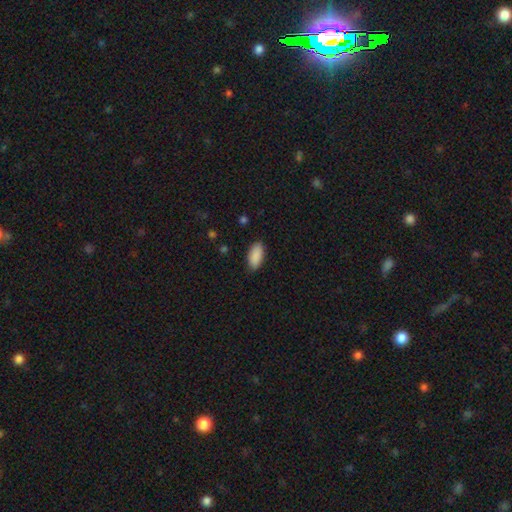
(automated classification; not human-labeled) Smooth or featured: smooth — 90% (star or artifact — 6%)
How rounded: in between — 91% (cigar-shaped — 6%)
Merging: none — 87% (minor disturbance — 10%)